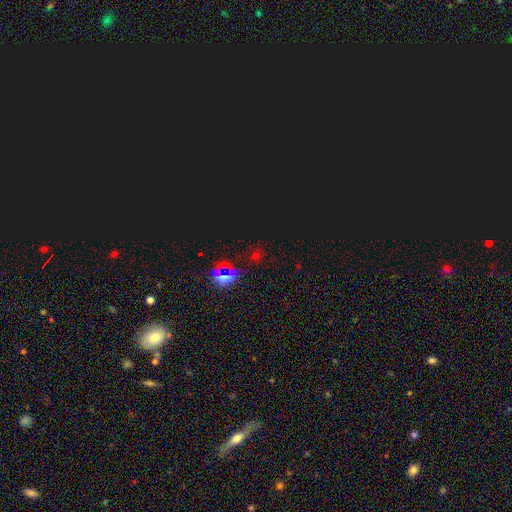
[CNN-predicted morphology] type=star or artifact (75%).